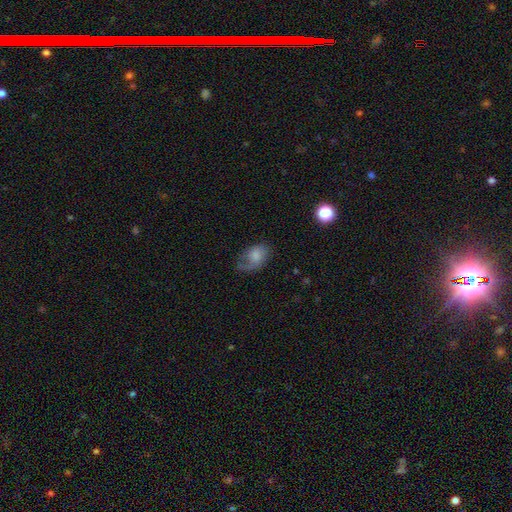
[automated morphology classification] Overall: smooth (66%). How rounded: in between (83%). Merging: none (37%; major disturbance 30%).